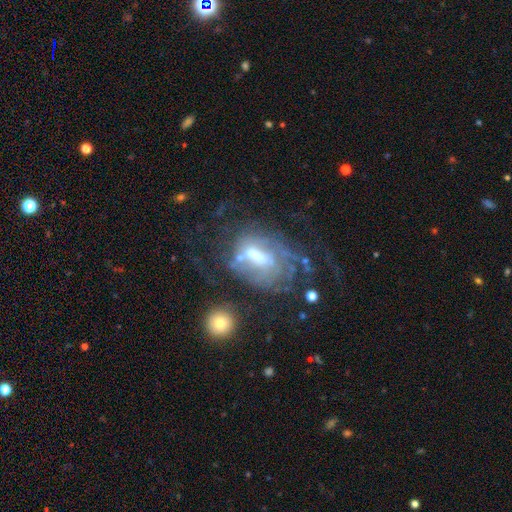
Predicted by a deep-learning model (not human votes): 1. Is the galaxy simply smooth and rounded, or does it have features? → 70% featured or disk, 15% smooth, 15% star or artifact.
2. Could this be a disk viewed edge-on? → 89% no, 11% yes.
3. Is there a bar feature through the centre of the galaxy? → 38% weak, 34% strong, 28% no.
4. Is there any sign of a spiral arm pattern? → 66% yes, 34% no.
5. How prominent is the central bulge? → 52% moderate, 24% small, 15% large, 7% none, 3% dominant.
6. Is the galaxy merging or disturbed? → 43% none, 27% major disturbance, 20% minor disturbance, 11% merger.